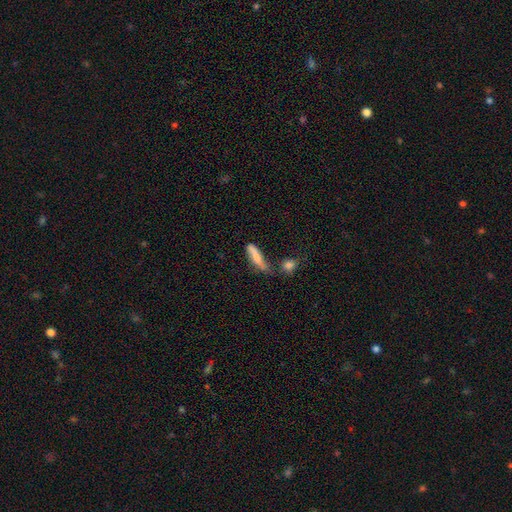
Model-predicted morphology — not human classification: smooth_or_featured: smooth (p=0.74) [alt: featured or disk p=0.18]
how_rounded: cigar-shaped (p=0.76) [alt: in between p=0.22]
merging: none (p=0.43) [alt: minor disturbance p=0.25]